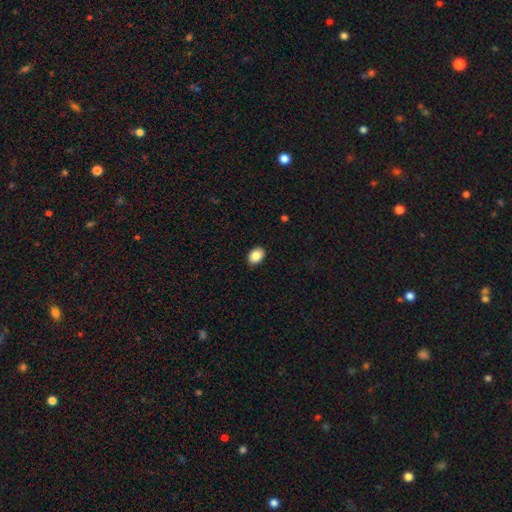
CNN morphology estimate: type=smooth (87%); roundness=in between (77%); merging=none (89%).